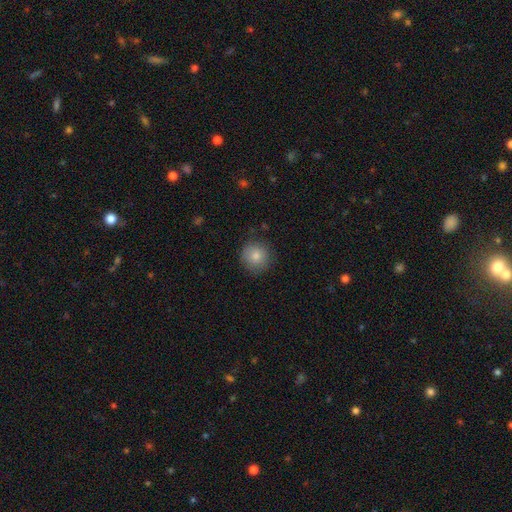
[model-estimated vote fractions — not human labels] Smooth or featured? Predicted: smooth (p=0.83). How rounded? Predicted: round (p=0.93). Merging? Predicted: none (p=0.84).